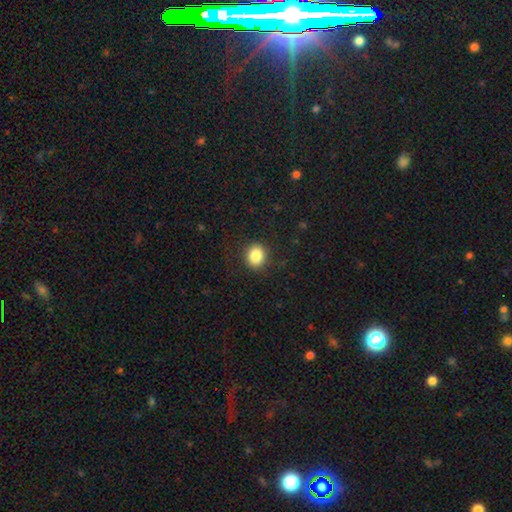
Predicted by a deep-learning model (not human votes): Overall: smooth (86%). How rounded: round (71%). Merging: none (88%).